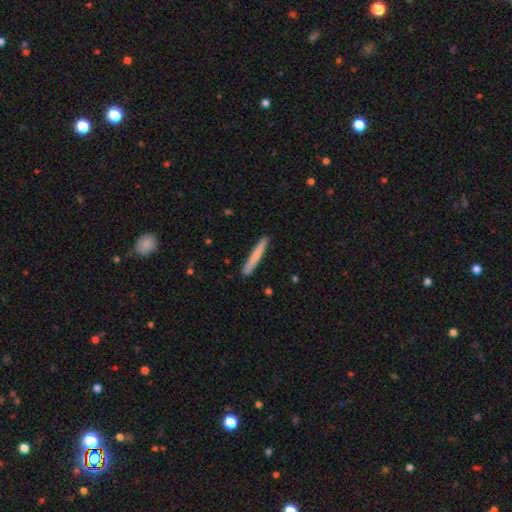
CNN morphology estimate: Overall: smooth (73%). How rounded: cigar-shaped (96%). Merging: none (90%).